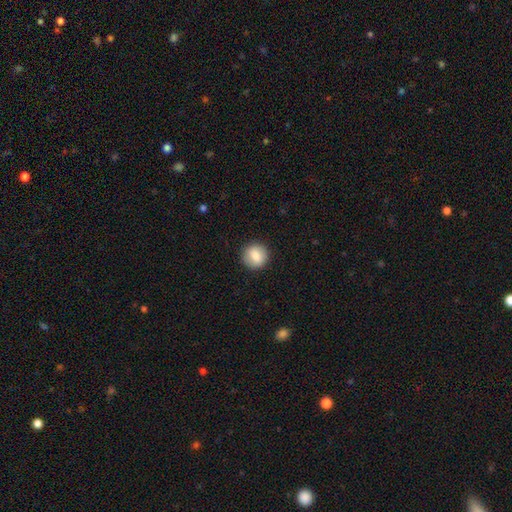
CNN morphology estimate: Q: Smooth or featured?
A: smooth (81%); runner-up: featured or disk (11%)
Q: How rounded?
A: round (89%); runner-up: in between (10%)
Q: Merging?
A: none (90%); runner-up: minor disturbance (7%)